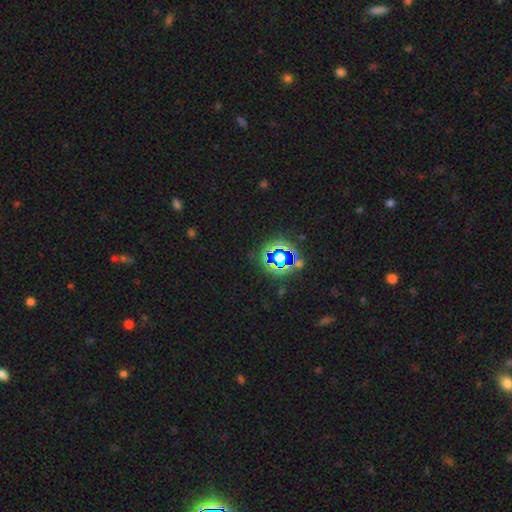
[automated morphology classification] A star or artifact, not a galaxy (78%).

Vote fractions:
- Smooth or featured? star or artifact: 78% / smooth: 14% / featured or disk: 8%